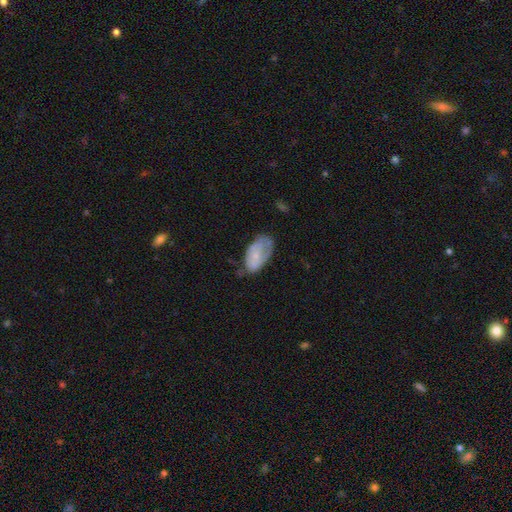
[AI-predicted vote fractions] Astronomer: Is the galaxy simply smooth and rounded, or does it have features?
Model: smooth — 59% (runner-up: featured or disk, 35%).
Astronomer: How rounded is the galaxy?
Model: in between — 93%.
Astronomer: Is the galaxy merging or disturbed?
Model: none — 39% (runner-up: minor disturbance, 38%).